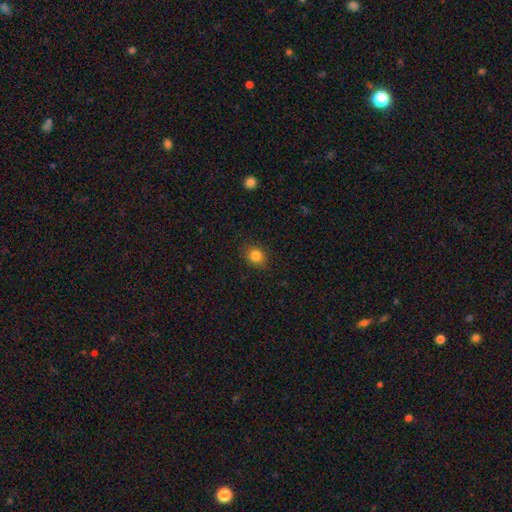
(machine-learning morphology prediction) smooth 83%, star or artifact 11%, featured or disk 5%. Down the decision tree: how rounded — round (72%); merging — none (88%).